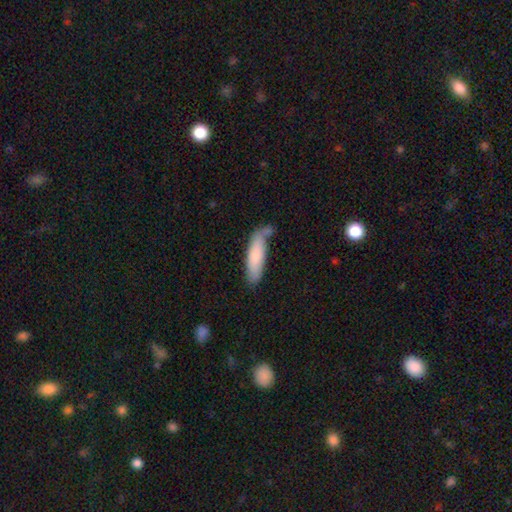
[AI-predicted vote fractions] smooth 80%, featured or disk 15%, star or artifact 6%. Down the decision tree: how rounded — cigar-shaped (53%); merging — none (57%).